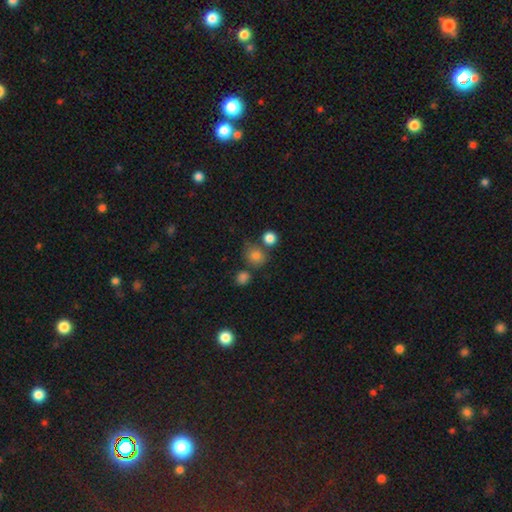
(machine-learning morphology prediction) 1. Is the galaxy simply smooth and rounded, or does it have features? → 80% smooth, 14% star or artifact, 6% featured or disk.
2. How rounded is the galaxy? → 79% round, 20% in between, 1% cigar-shaped.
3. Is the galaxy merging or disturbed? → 66% none, 18% merger, 12% minor disturbance, 4% major disturbance.